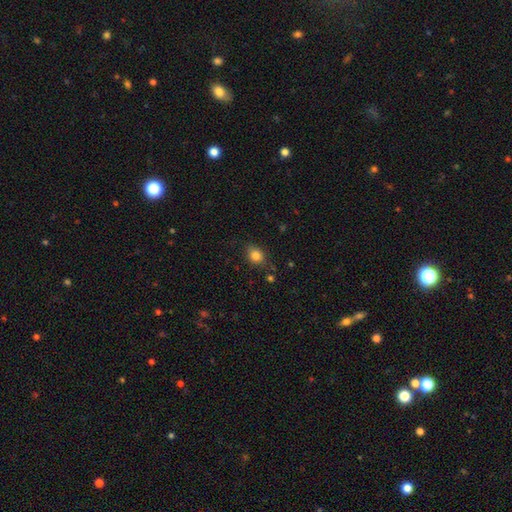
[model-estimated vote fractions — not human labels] Smooth or featured?
  - smooth: 82% *
  - star or artifact: 11%
  - featured or disk: 7%
How rounded?
  - round: 54% *
  - in between: 44%
  - cigar-shaped: 1%
Merging?
  - none: 76% *
  - minor disturbance: 17%
  - major disturbance: 4%
  - merger: 2%